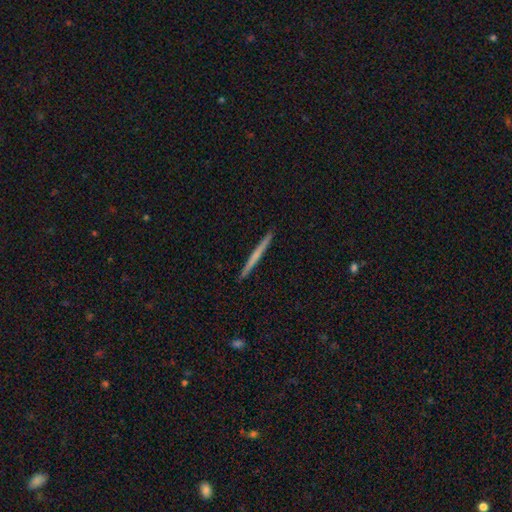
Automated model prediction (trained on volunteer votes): A smooth galaxy with no disk features (50%).

Vote fractions:
- Smooth or featured? smooth: 50% / featured or disk: 45% / star or artifact: 5%
- Merging? none: 93% / minor disturbance: 5% / major disturbance: 1% / merger: 1%